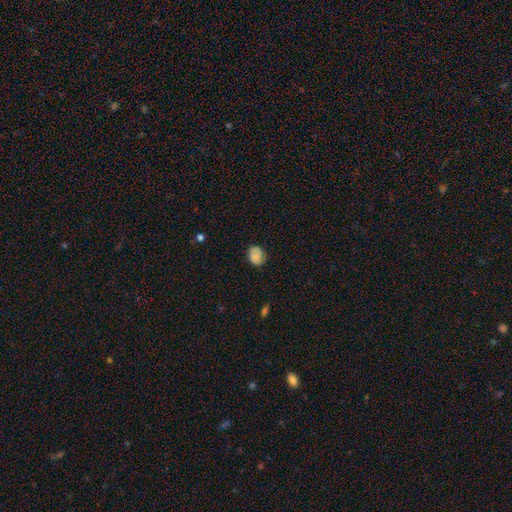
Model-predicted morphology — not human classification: Smooth or featured? Predicted: smooth (p=0.81). How rounded? Predicted: round (p=0.53). Merging? Predicted: none (p=0.75).